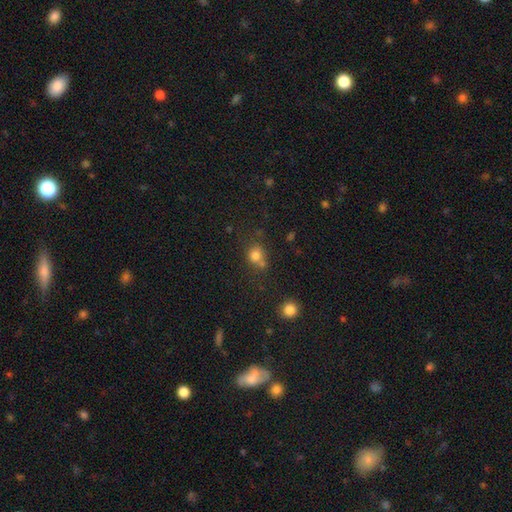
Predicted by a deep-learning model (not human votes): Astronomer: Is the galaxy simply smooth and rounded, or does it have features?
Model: smooth — 77%.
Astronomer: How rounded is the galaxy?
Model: round — 76%.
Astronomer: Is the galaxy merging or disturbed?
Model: none — 51% (runner-up: merger, 30%).